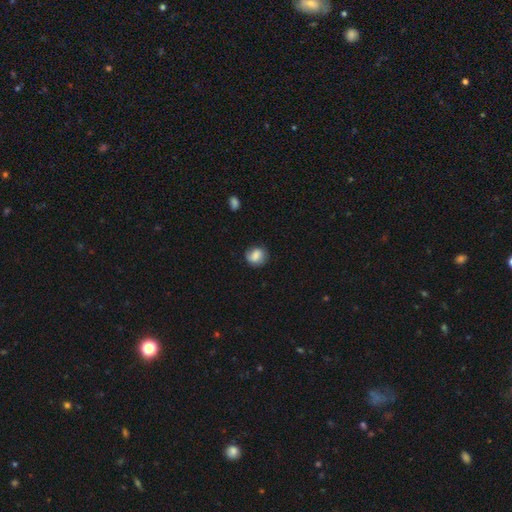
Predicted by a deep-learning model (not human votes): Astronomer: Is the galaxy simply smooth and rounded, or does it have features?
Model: smooth — 72%.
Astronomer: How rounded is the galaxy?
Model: round — 71%.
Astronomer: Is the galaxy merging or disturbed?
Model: none — 71%.